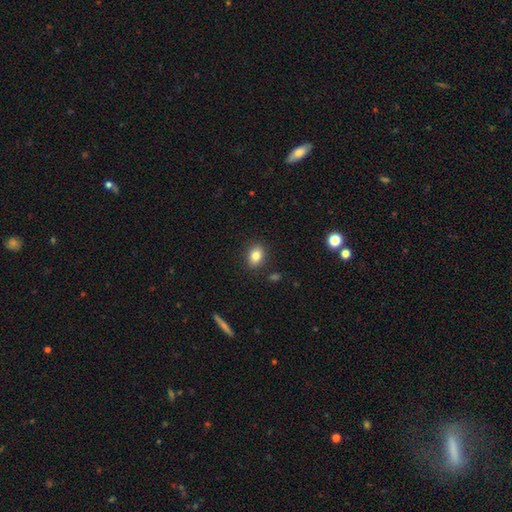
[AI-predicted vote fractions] Overall: smooth (83%). How rounded: in between (69%). Merging: none (87%).